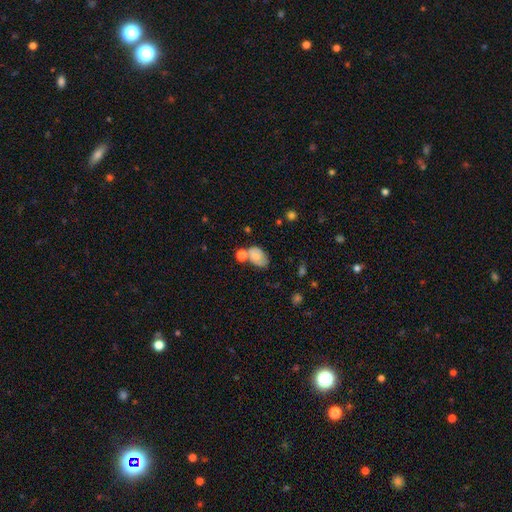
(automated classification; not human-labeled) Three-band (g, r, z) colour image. It shows a smooth galaxy with no disk features (57%) that is in between round and cigar-shaped (82%). Merging: none (47%).